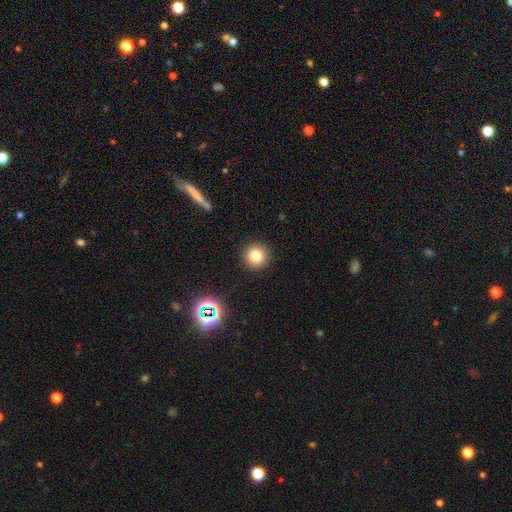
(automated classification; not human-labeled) Smooth or featured: smooth — 82% (star or artifact — 12%)
How rounded: round — 93% (in between — 6%)
Merging: none — 90% (minor disturbance — 6%)